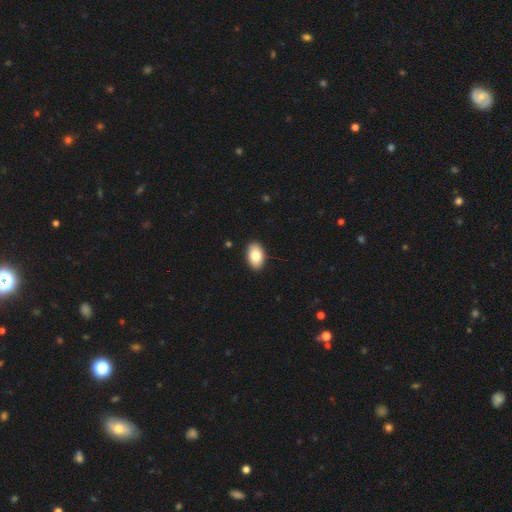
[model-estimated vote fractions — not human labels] smooth-or-featured: smooth: 81% | featured or disk: 12% | star or artifact: 7%
  how-rounded: in between: 93% | round: 6% | cigar-shaped: 1%
  merging: none: 90% | minor disturbance: 7% | major disturbance: 2% | merger: 1%